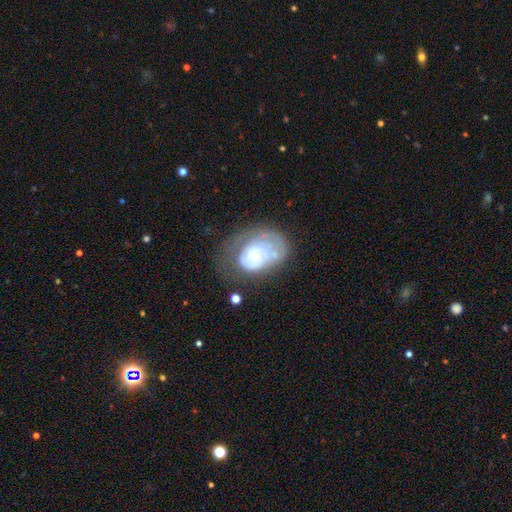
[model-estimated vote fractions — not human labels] Smooth or featured? Predicted: featured or disk (p=0.60). Edge-on disk? Predicted: no (p=0.97). Bar? Predicted: no (p=0.74). Spiral arms? Predicted: yes (p=0.55). Bulge size? Predicted: small (p=0.62). Merging? Predicted: none (p=0.33).